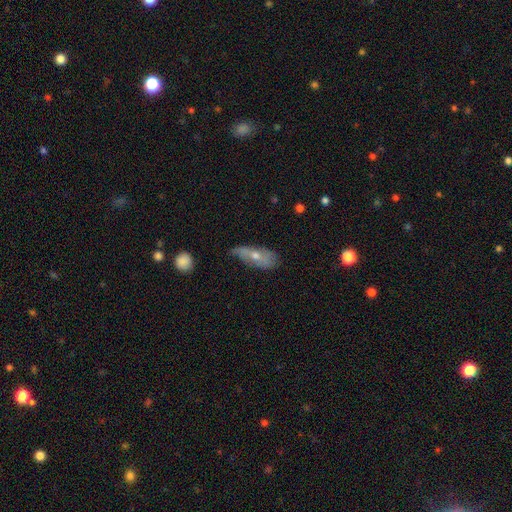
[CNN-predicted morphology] This is possibly a smooth galaxy (47%). Merging: marginally none (44%).